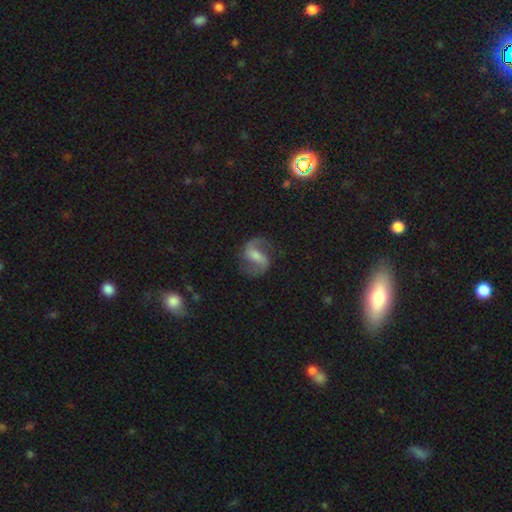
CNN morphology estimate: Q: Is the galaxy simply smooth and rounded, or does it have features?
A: featured or disk — 86%.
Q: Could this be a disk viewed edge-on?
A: no — 98%.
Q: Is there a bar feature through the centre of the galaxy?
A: weak — 46%.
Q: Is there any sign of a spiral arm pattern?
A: yes — 97%.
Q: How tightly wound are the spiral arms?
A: medium — 51%.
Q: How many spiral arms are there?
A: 2 — 93%.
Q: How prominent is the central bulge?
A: moderate — 43%.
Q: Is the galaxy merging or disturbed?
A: none — 79%.